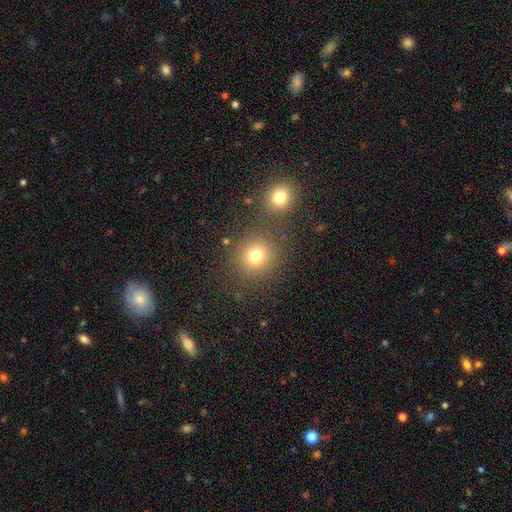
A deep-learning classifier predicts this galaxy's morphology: smooth 75%, star or artifact 16%, featured or disk 9%. Down the decision tree: how rounded — round (86%); merging — none (75%).